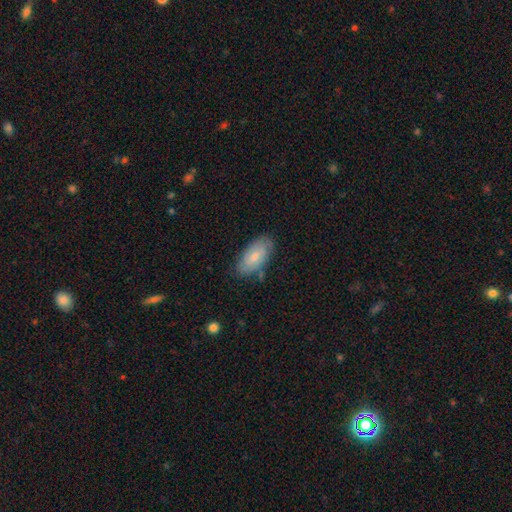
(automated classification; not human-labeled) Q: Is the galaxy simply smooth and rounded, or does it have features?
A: smooth — 61%.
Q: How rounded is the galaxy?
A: in between — 91%.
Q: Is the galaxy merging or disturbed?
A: none — 78%.